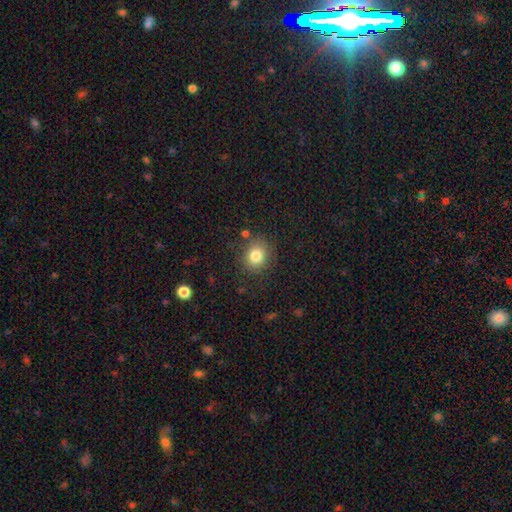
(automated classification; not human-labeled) A smooth galaxy with no disk features (82%) that is round (71%). Merging: none (82%).